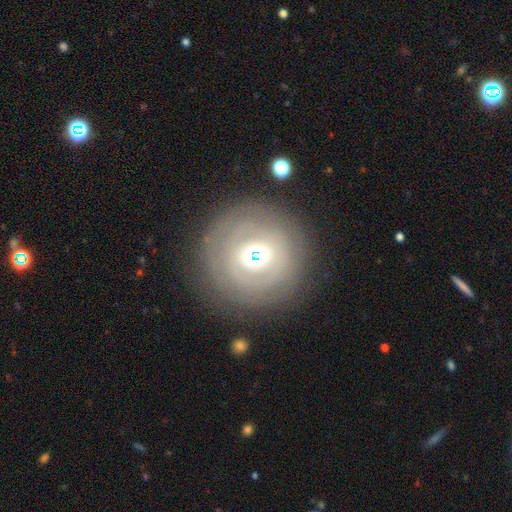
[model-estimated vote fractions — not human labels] This is marginally a featured or disk galaxy (43%). Merging: clearly none (81%).